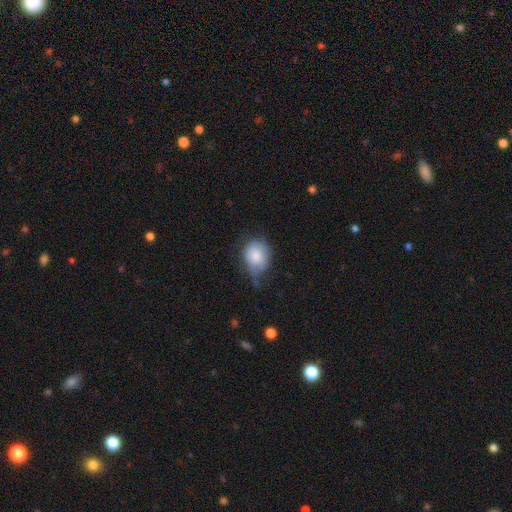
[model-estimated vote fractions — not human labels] This appears to be a smooth galaxy with no disk features (79%) that is round (55%). Merging: minor disturbance (41%, tied with none).